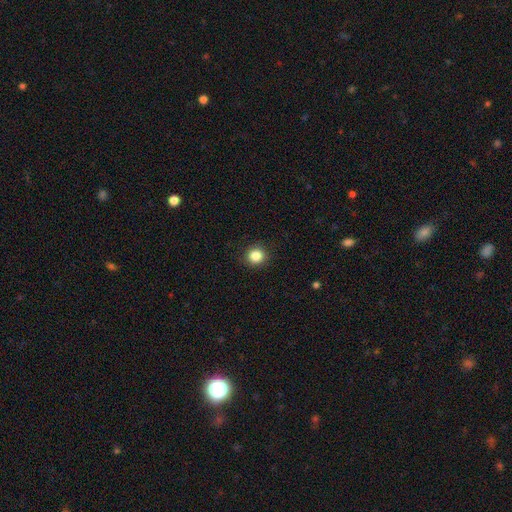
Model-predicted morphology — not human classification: smooth-or-featured: smooth: 85% | star or artifact: 11% | featured or disk: 4%
  how-rounded: round: 92% | in between: 7% | cigar-shaped: 1%
  merging: none: 91% | minor disturbance: 6% | major disturbance: 2% | merger: 1%